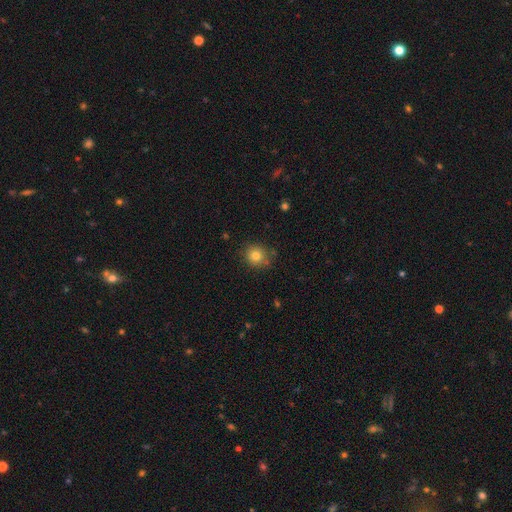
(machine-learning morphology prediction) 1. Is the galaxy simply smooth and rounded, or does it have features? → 80% smooth, 12% star or artifact, 8% featured or disk.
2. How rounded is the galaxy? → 85% round, 14% in between, 1% cigar-shaped.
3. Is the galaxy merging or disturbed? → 81% none, 13% minor disturbance, 3% major disturbance, 3% merger.